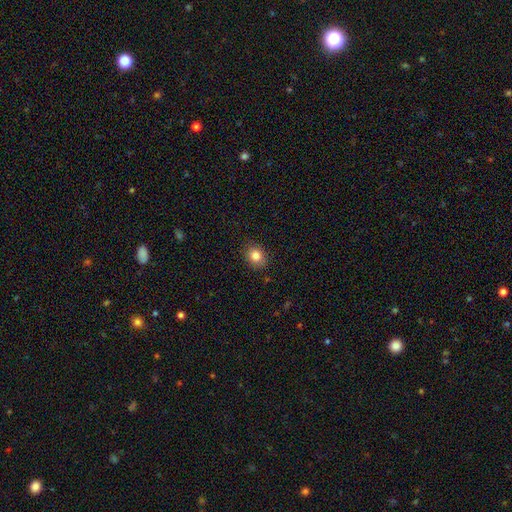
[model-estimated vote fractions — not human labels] Q: Smooth or featured?
A: smooth (83%); runner-up: star or artifact (10%)
Q: How rounded?
A: round (57%); runner-up: in between (42%)
Q: Merging?
A: none (87%); runner-up: minor disturbance (10%)